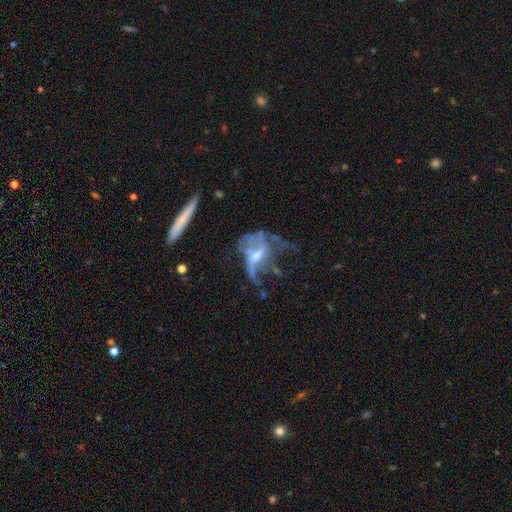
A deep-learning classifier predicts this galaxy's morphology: Smooth or featured? Predicted: featured or disk (p=0.72). Edge-on disk? Predicted: no (p=0.93). Bar? Predicted: no (p=0.45). Spiral arms? Predicted: yes (p=0.53). Bulge size? Predicted: moderate (p=0.45). Merging? Predicted: major disturbance (p=0.49).